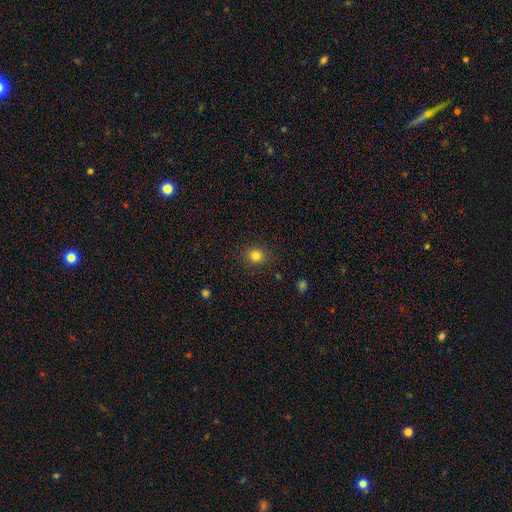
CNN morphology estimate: A smooth galaxy with no disk features (82%) that is round (81%).

Vote fractions:
- Smooth or featured? smooth: 82% / star or artifact: 12% / featured or disk: 6%
- How rounded? round: 81% / in between: 18% / cigar-shaped: 1%
- Merging? none: 89% / minor disturbance: 7% / major disturbance: 2% / merger: 1%